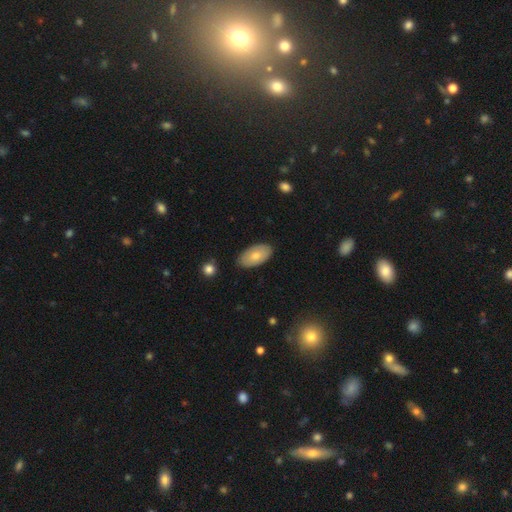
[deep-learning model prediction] The model was most divided on "smooth or featured": smooth: 72%, featured or disk: 22%, star or artifact: 6%. More confident: how rounded — in between (95%); merging — none (83%).